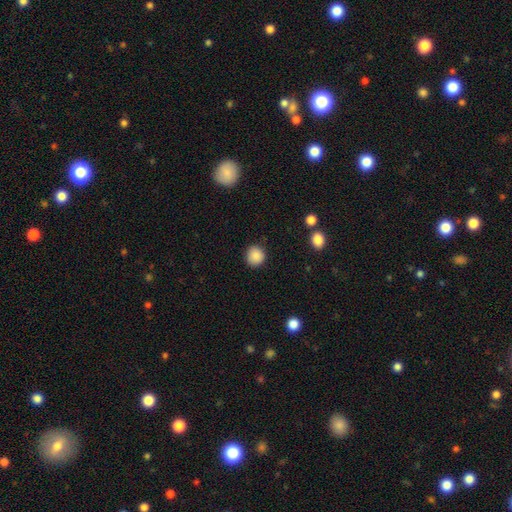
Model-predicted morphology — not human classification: The model was most divided on "smooth or featured": smooth: 87%, star or artifact: 9%, featured or disk: 4%. More confident: how rounded — round (90%); merging — none (88%).